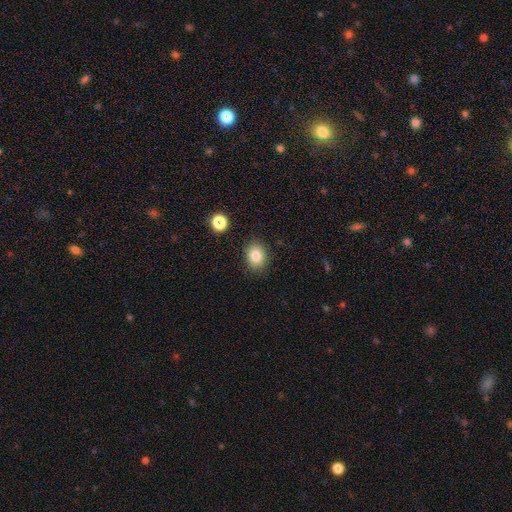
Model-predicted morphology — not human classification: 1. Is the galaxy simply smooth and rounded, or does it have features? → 83% smooth, 10% star or artifact, 7% featured or disk.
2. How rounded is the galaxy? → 51% round, 48% in between, 1% cigar-shaped.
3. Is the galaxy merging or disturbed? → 86% none, 9% minor disturbance, 3% major disturbance, 2% merger.